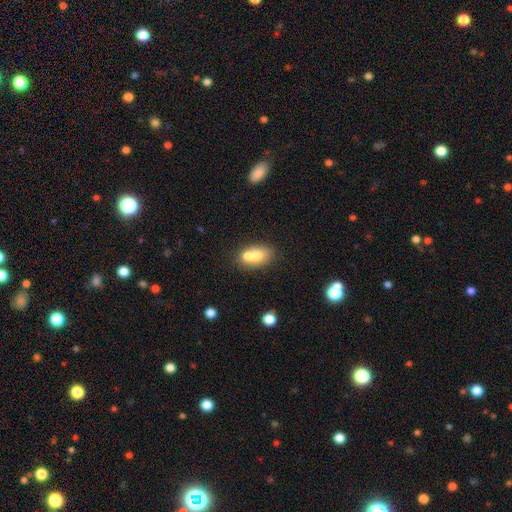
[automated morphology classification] smooth-or-featured: smooth: 67% | featured or disk: 24% | star or artifact: 9%
  how-rounded: in between: 76% | round: 22% | cigar-shaped: 2%
  merging: merger: 51% | none: 35% | minor disturbance: 10% | major disturbance: 4%